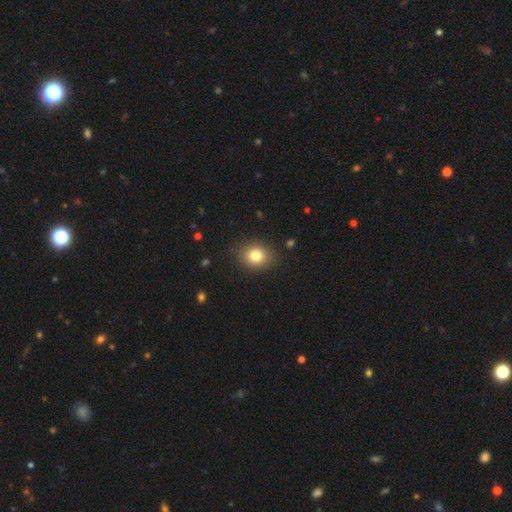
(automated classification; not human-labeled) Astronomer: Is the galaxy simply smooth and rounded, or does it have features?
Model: smooth — 81%.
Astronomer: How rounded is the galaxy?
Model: round — 51% (runner-up: in between, 48%).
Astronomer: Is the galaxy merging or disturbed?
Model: none — 86%.